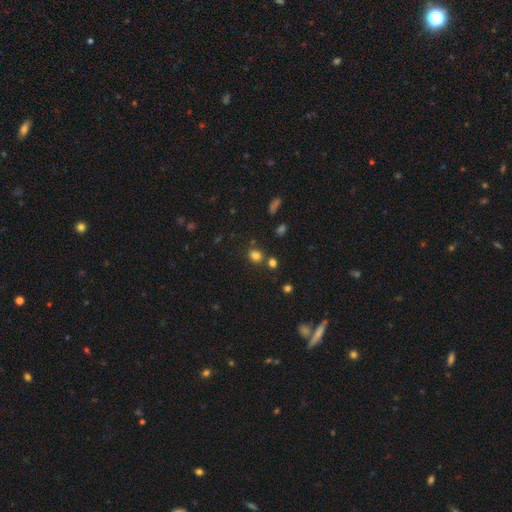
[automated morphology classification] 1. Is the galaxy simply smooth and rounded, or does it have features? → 76% smooth, 18% star or artifact, 6% featured or disk.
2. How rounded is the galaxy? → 54% round, 45% in between, 1% cigar-shaped.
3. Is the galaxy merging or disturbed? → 70% none, 14% merger, 12% minor disturbance, 4% major disturbance.